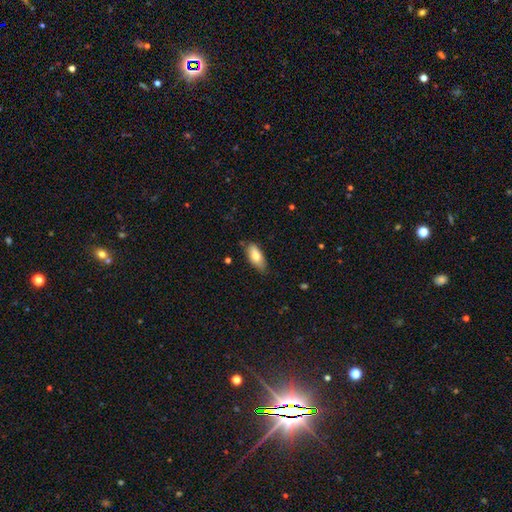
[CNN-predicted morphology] A smooth galaxy with no disk features (77%) that is in between round and cigar-shaped (84%). Merging: none (76%).